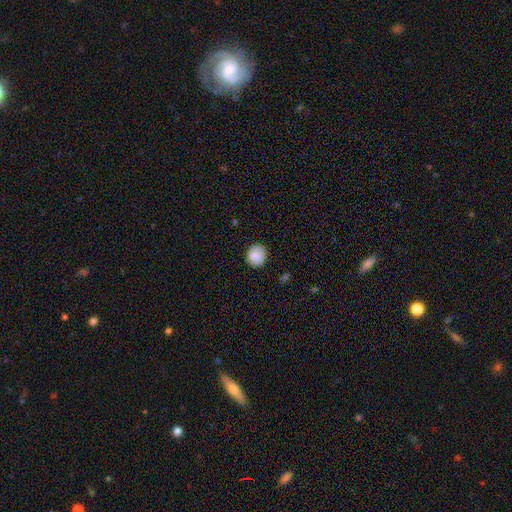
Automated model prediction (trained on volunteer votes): smooth-or-featured: smooth: 87% | star or artifact: 8% | featured or disk: 5%
  how-rounded: round: 78% | in between: 21% | cigar-shaped: 1%
  merging: none: 83% | minor disturbance: 13% | major disturbance: 2% | merger: 1%